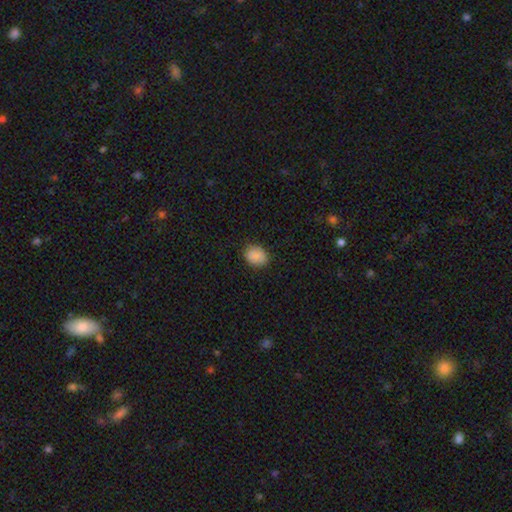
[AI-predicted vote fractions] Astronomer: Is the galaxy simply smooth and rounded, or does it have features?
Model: smooth — 87%.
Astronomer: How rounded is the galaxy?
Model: in between — 56% (runner-up: round, 43%).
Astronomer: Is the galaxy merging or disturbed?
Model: none — 85%.